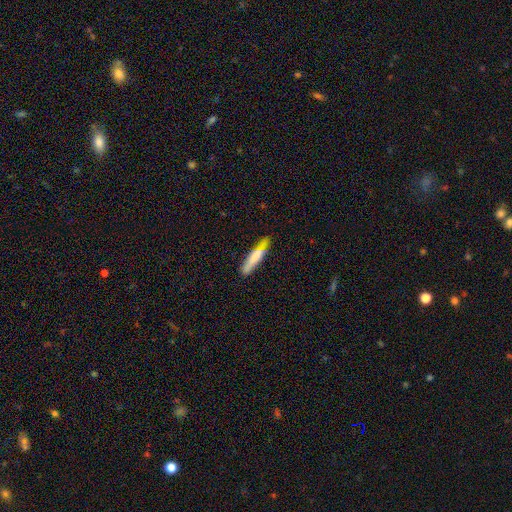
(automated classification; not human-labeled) smooth 71%, featured or disk 23%, star or artifact 6%. Down the decision tree: how rounded — cigar-shaped (88%); merging — none (76%).